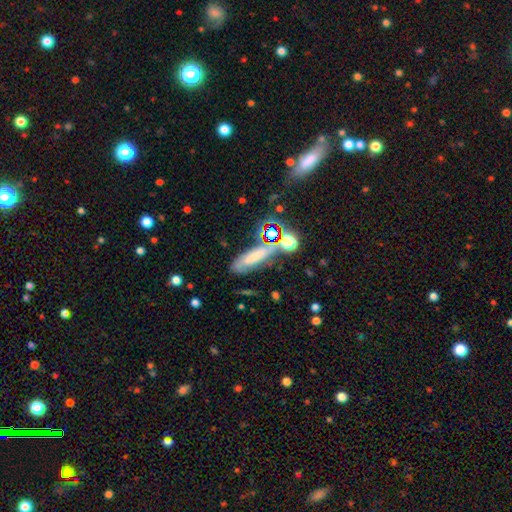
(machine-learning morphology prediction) Smooth or featured? Predicted: smooth (p=0.50). Merging? Predicted: none (p=0.55).